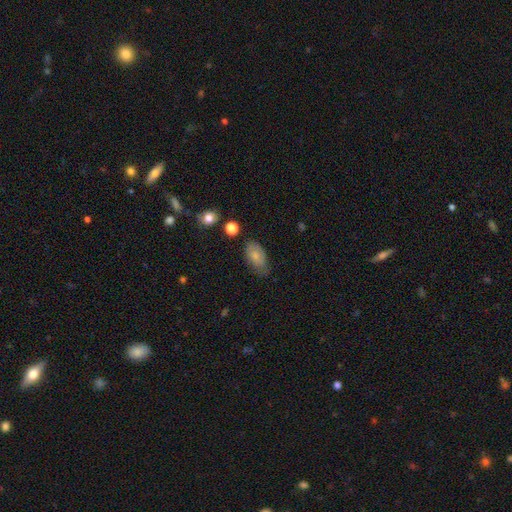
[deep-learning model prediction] smooth 75%, featured or disk 17%, star or artifact 8%. Down the decision tree: how rounded — in between (92%); merging — none (64%).